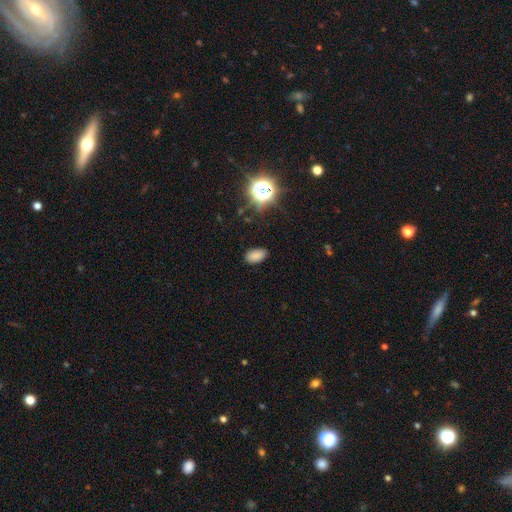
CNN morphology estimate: A smooth galaxy with no disk features (80%) that is in between round and cigar-shaped (93%).

Vote fractions:
- Smooth or featured? smooth: 80% / star or artifact: 16% / featured or disk: 5%
- How rounded? in between: 93% / round: 5% / cigar-shaped: 2%
- Merging? none: 84% / minor disturbance: 12% / major disturbance: 3% / merger: 1%